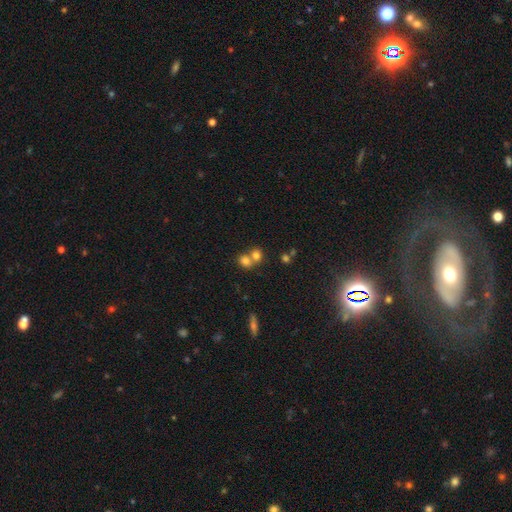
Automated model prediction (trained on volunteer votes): Smooth or featured?
  - smooth: 75% *
  - star or artifact: 13%
  - featured or disk: 11%
How rounded?
  - round: 66% *
  - in between: 33%
  - cigar-shaped: 1%
Merging?
  - merger: 55% *
  - none: 36%
  - minor disturbance: 6%
  - major disturbance: 3%